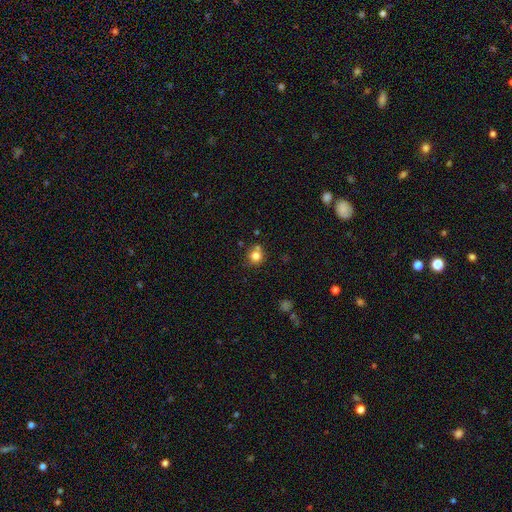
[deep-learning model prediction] Smooth or featured?
  - smooth: 80% *
  - star or artifact: 12%
  - featured or disk: 7%
How rounded?
  - round: 91% *
  - in between: 8%
  - cigar-shaped: 1%
Merging?
  - none: 70% *
  - merger: 14%
  - minor disturbance: 12%
  - major disturbance: 4%